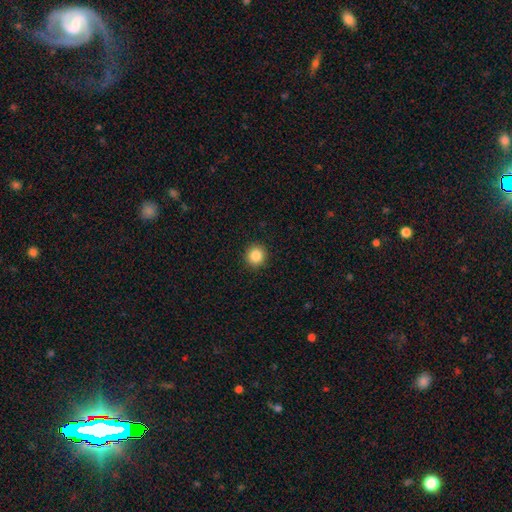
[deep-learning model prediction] The model was most divided on "smooth or featured": smooth: 85%, star or artifact: 10%, featured or disk: 4%. More confident: how rounded — round (93%); merging — none (92%).